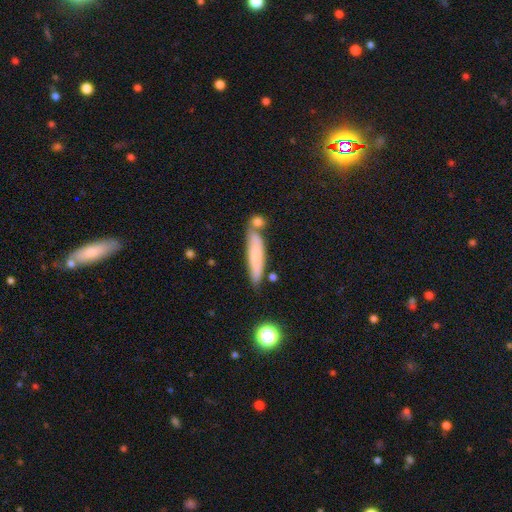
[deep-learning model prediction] This is likely a smooth galaxy (71%). How rounded: clearly cigar-shaped (84%). Merging: likely none (63%).